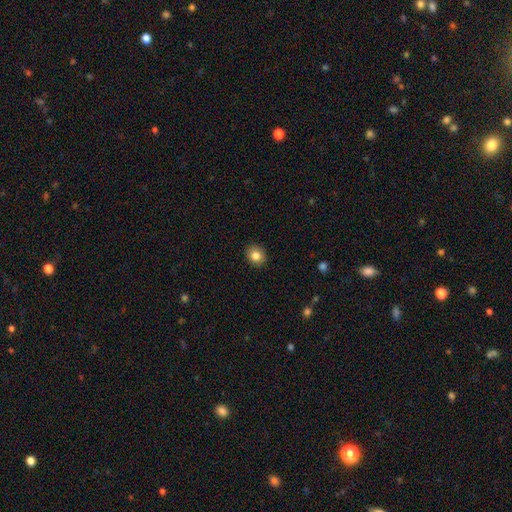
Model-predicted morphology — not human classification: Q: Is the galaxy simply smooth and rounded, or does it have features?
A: smooth — 83%.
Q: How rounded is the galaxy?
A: round — 71%.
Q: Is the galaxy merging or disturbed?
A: none — 91%.